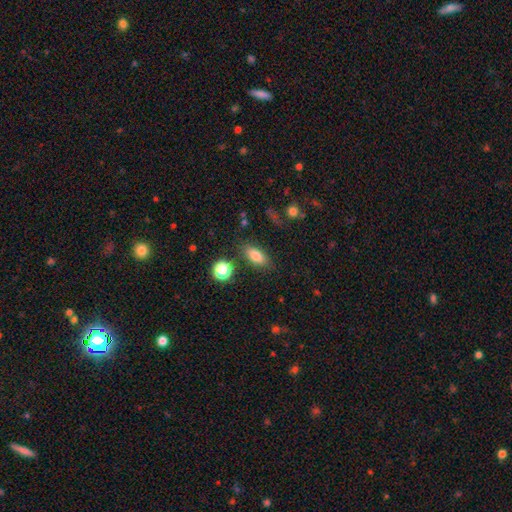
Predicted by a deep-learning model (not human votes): The model was most divided on "smooth or featured": smooth: 78%, featured or disk: 12%, star or artifact: 10%. More confident: merging — none (81%); how rounded — in between (80%).